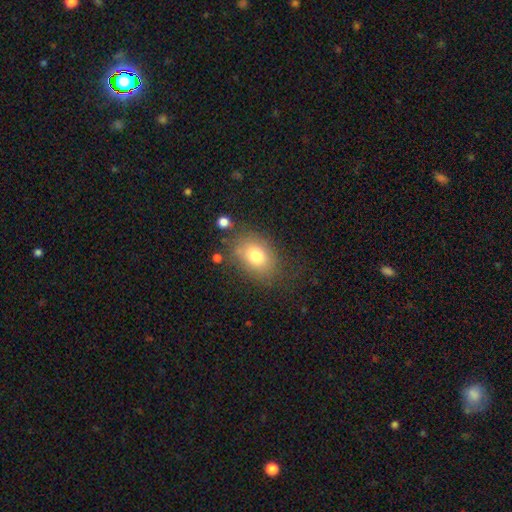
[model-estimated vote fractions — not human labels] The model was most divided on "how rounded": in between: 69%, round: 30%, cigar-shaped: 1%. More confident: smooth or featured — smooth (77%); merging — none (70%).